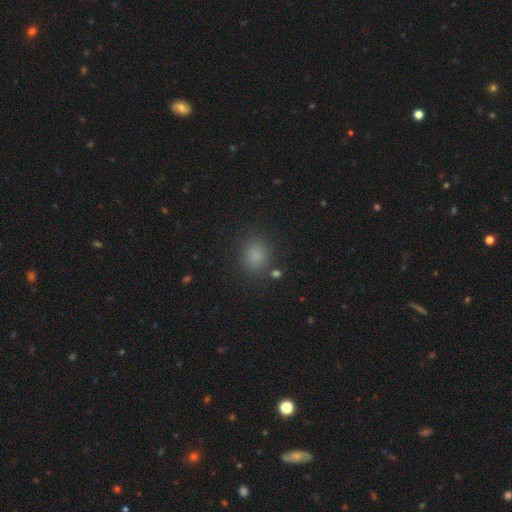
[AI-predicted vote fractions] Overall: smooth (79%). How rounded: round (66%; in between 33%). Merging: none (84%).